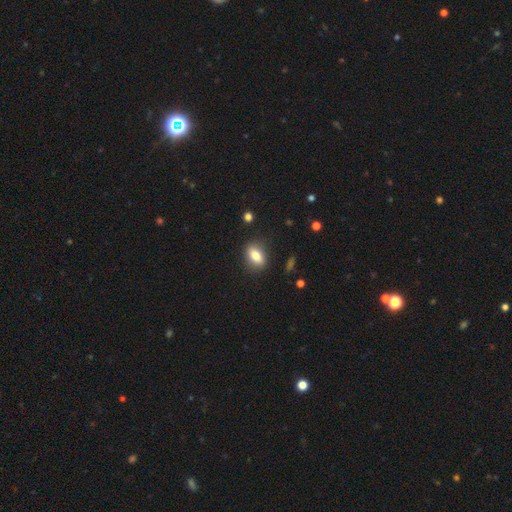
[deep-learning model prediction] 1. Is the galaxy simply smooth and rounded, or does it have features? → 76% smooth, 16% featured or disk, 8% star or artifact.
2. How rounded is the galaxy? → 77% in between, 15% round, 7% cigar-shaped.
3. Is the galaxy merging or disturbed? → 85% none, 11% minor disturbance, 3% major disturbance, 1% merger.